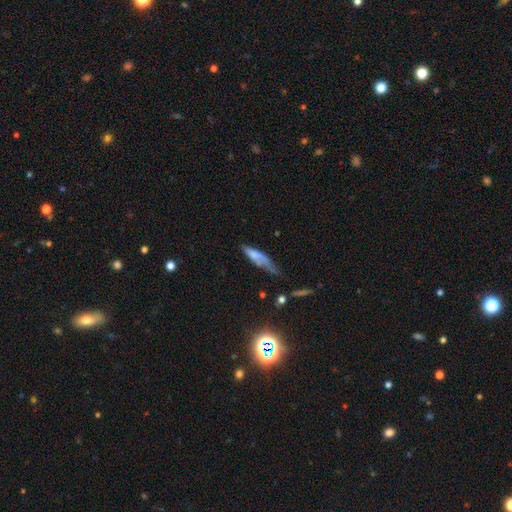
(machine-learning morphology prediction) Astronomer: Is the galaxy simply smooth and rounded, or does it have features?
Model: smooth — 61%.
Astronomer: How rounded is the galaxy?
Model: cigar-shaped — 64%.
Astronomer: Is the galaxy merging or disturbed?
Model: minor disturbance — 33% (runner-up: none, 29%).